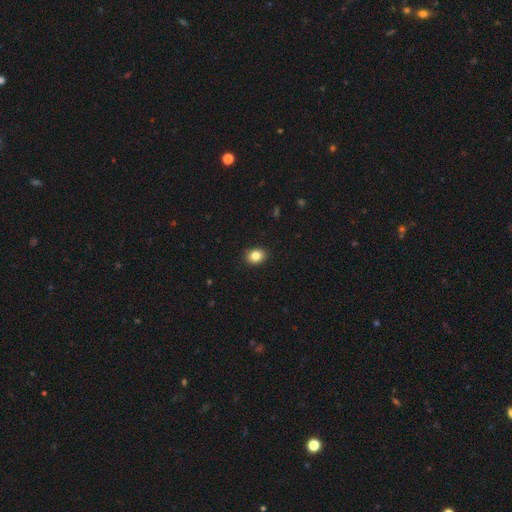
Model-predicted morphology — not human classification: Smooth or featured? Predicted: smooth (p=0.84). How rounded? Predicted: in between (p=0.52). Merging? Predicted: none (p=0.90).